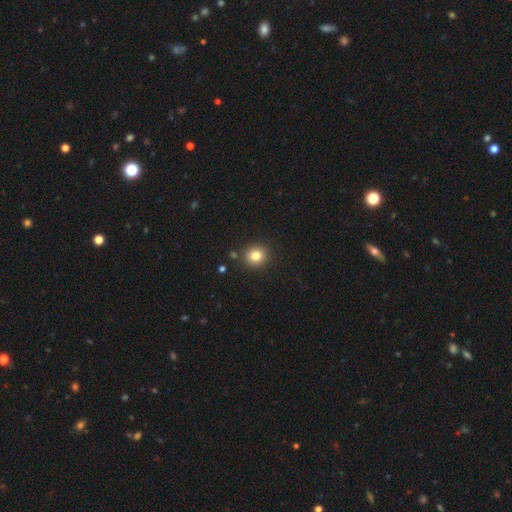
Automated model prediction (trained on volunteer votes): This appears to be a smooth galaxy with no disk features (81%) that is round (87%). Merging: none (88%).